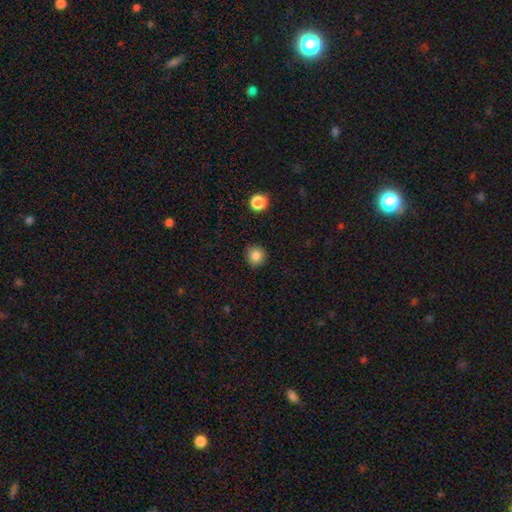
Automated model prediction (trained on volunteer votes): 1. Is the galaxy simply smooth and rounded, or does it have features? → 85% smooth, 11% star or artifact, 4% featured or disk.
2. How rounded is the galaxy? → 91% round, 9% in between, 1% cigar-shaped.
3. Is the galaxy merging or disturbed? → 88% none, 8% minor disturbance, 2% major disturbance, 1% merger.